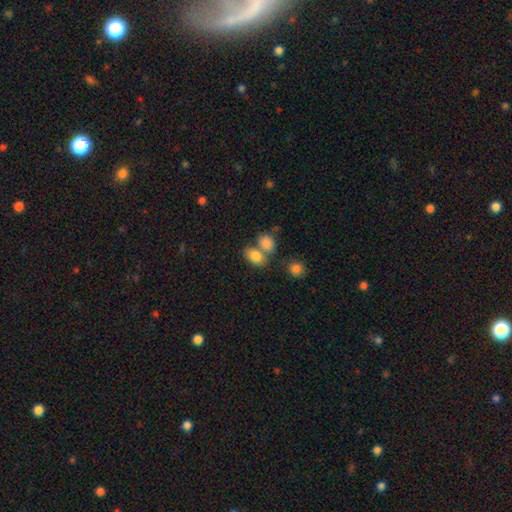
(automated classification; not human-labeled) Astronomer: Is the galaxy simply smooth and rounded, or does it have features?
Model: smooth — 82%.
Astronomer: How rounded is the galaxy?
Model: in between — 79%.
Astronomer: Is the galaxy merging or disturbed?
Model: merger — 44% (runner-up: none, 42%).